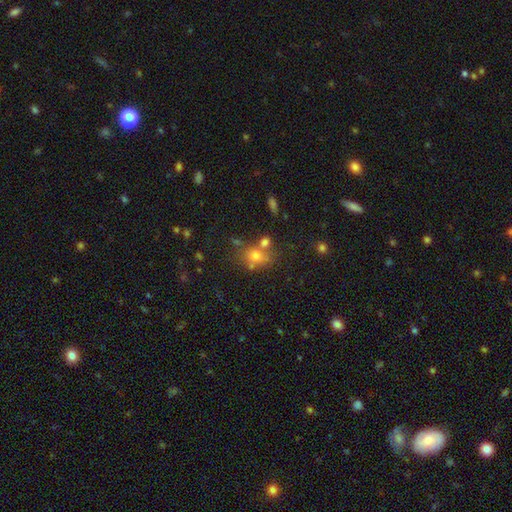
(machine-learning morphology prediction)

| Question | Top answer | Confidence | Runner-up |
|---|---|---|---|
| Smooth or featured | smooth | 65% | star or artifact (19%) |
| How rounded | round | 58% | in between (40%) |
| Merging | none | 53% | merger (26%) |